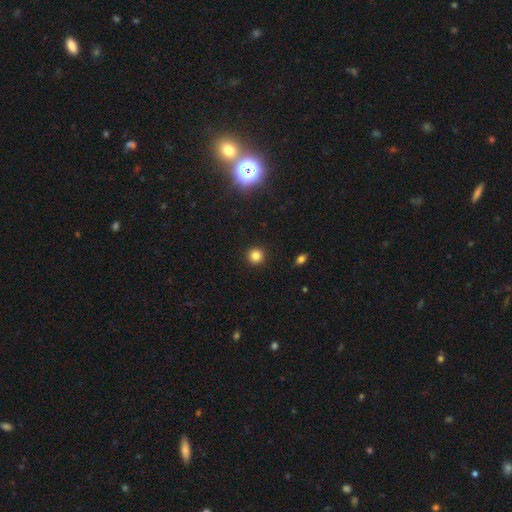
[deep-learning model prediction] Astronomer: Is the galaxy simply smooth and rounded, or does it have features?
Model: smooth — 83%.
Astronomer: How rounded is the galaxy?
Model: round — 95%.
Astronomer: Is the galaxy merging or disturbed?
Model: none — 93%.